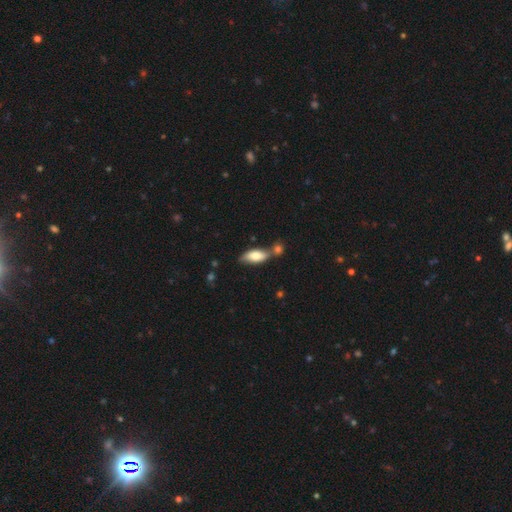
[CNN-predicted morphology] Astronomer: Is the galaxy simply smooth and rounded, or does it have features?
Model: smooth — 72%.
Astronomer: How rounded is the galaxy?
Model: in between — 79%.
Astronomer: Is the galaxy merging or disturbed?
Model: none — 47% (runner-up: merger, 33%).